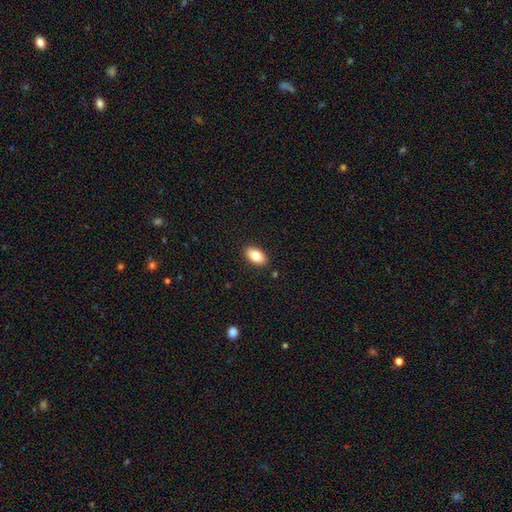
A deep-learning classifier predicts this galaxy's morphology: A smooth galaxy with no disk features (80%) that is in between round and cigar-shaped (91%). Merging: none (89%).